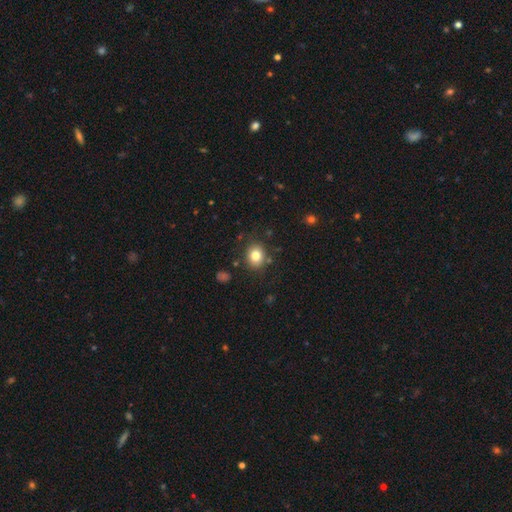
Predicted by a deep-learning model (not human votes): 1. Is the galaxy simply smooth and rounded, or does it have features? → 82% smooth, 10% star or artifact, 8% featured or disk.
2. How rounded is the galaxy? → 62% round, 37% in between, 1% cigar-shaped.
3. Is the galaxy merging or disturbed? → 83% none, 10% minor disturbance, 3% major disturbance, 3% merger.